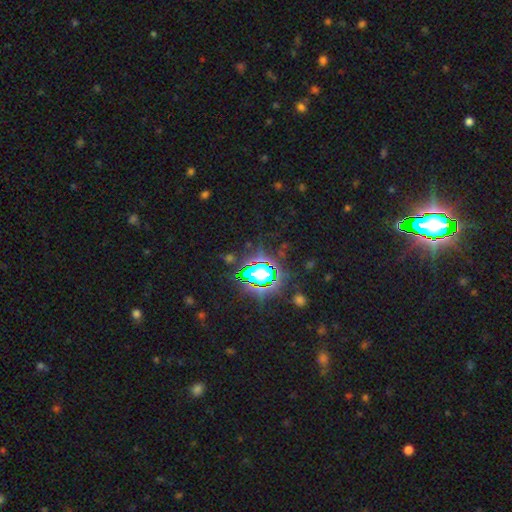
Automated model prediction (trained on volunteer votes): smooth-or-featured: star or artifact: 83% | smooth: 10% | featured or disk: 7%